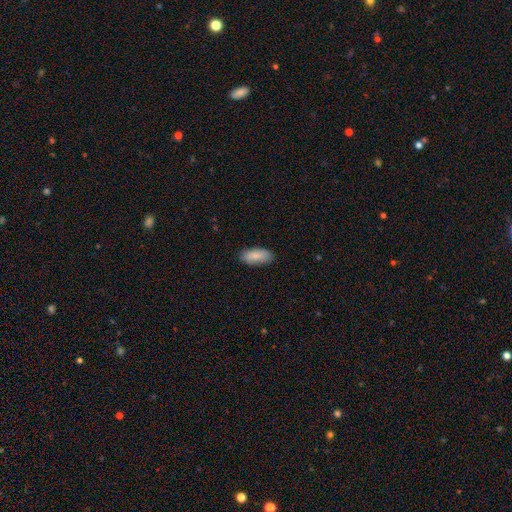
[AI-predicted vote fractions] Morphology: type=smooth (87%); roundness=in between (86%); merging=none (84%).